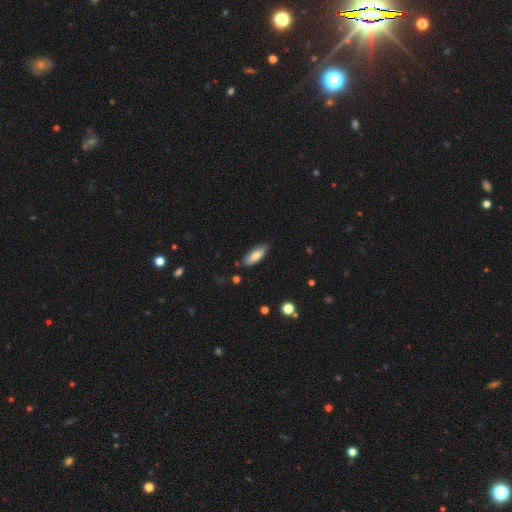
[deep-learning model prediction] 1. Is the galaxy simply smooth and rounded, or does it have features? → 77% smooth, 17% featured or disk, 6% star or artifact.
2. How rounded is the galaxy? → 73% in between, 25% cigar-shaped, 2% round.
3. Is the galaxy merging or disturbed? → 83% none, 14% minor disturbance, 2% major disturbance, 2% merger.